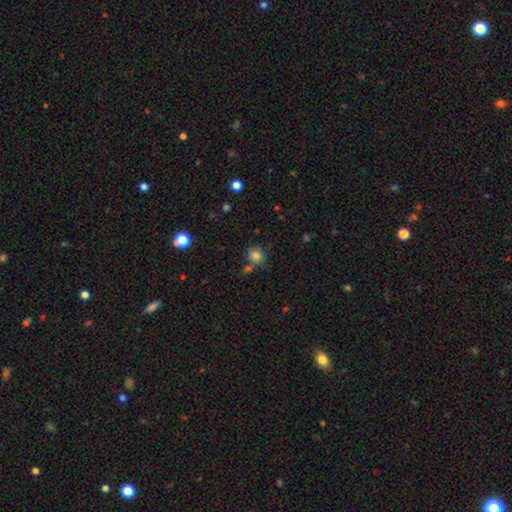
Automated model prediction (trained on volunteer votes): Overall: smooth (82%). How rounded: round (81%). Merging: none (64%).